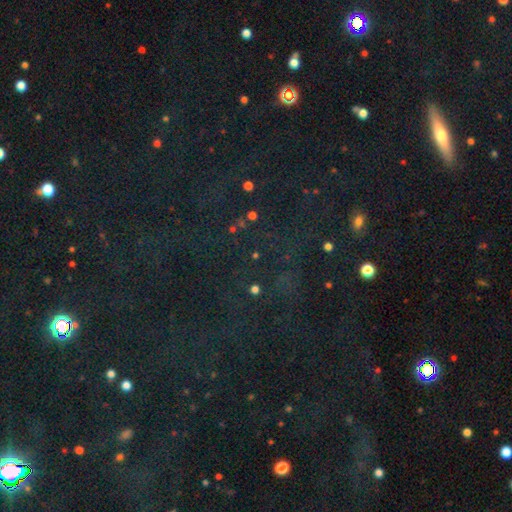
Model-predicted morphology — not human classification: Smooth or featured: star or artifact — 72% (smooth — 20%)